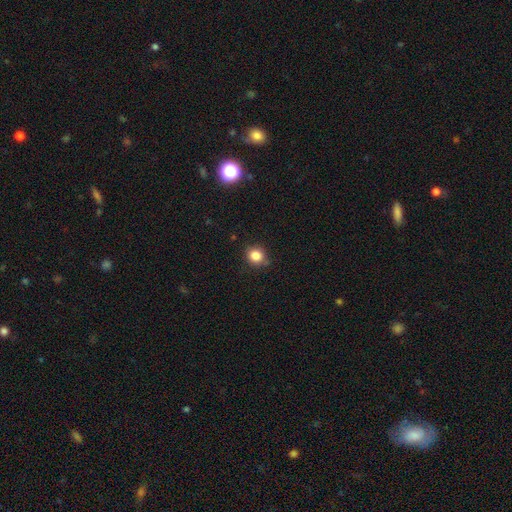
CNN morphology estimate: Overall: smooth (83%). How rounded: round (84%). Merging: none (80%).